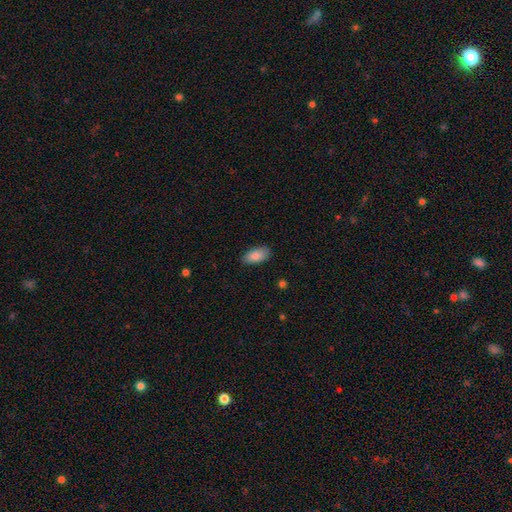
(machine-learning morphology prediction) The model was most divided on "merging": none: 86%, minor disturbance: 11%, major disturbance: 2%, merger: 1%. More confident: how rounded — in between (92%); smooth or featured — smooth (87%).